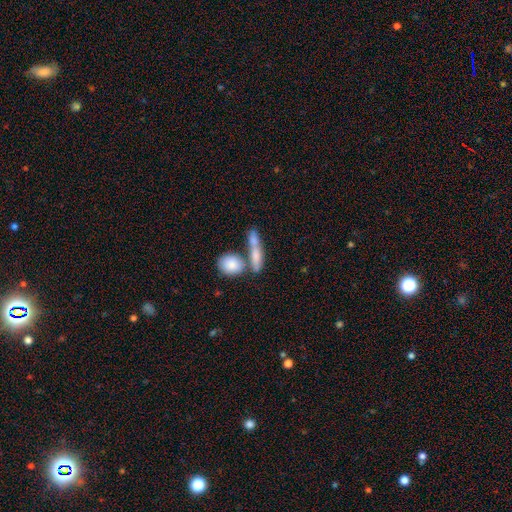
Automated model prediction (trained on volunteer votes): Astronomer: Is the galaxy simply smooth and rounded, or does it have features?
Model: smooth — 73%.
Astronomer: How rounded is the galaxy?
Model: in between — 45%, tied with cigar-shaped at 45%.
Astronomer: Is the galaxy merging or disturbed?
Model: merger — 42% (runner-up: none, 41%).